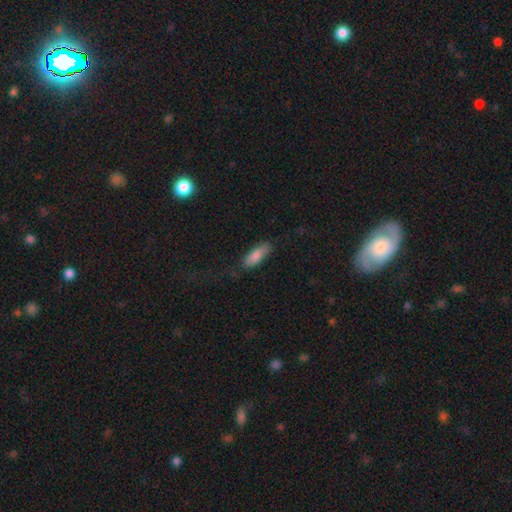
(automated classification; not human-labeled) smooth 83%, featured or disk 11%, star or artifact 6%. Down the decision tree: how rounded — in between (63%); merging — none (76%).